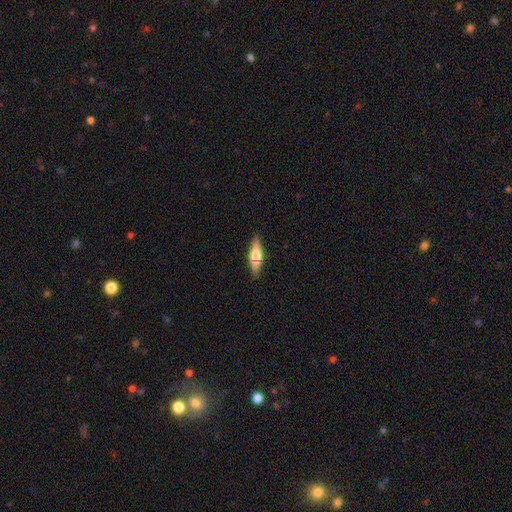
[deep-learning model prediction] This is possibly a featured or disk galaxy (49%). Merging: clearly none (87%).